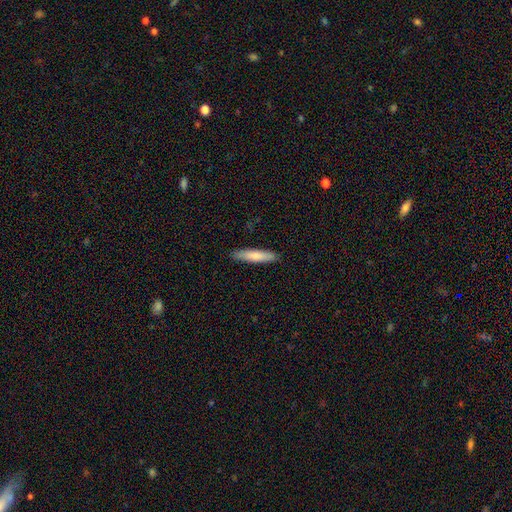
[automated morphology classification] smooth-or-featured: smooth: 78% | featured or disk: 17% | star or artifact: 5%
  how-rounded: cigar-shaped: 85% | in between: 14% | round: 1%
  merging: none: 88% | minor disturbance: 9% | major disturbance: 2% | merger: 1%